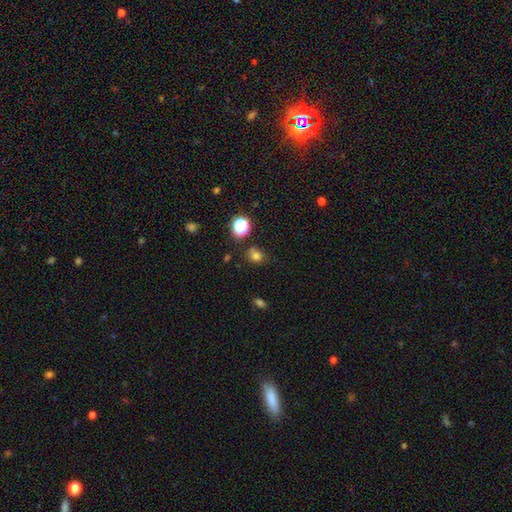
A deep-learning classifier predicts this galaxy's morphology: The model was most divided on "how rounded": round: 65%, in between: 34%, cigar-shaped: 1%. More confident: smooth or featured — smooth (74%); merging — none (71%).